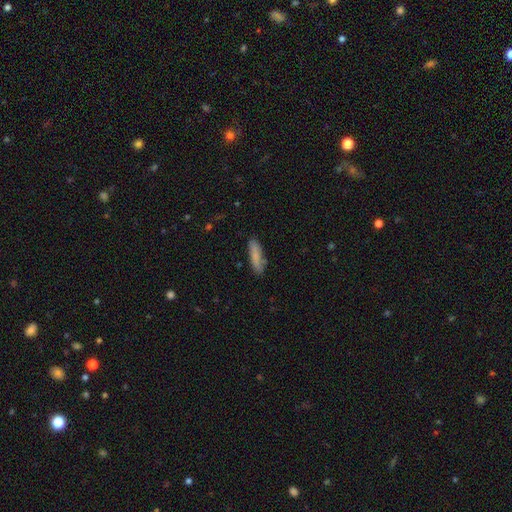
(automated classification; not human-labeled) This is likely a smooth galaxy (79%). How rounded: likely cigar-shaped (64%). Merging: likely none (78%).